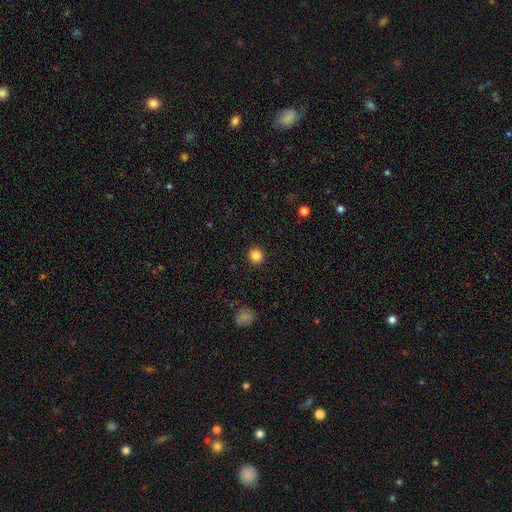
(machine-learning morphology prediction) smooth-or-featured: smooth: 85% | star or artifact: 11% | featured or disk: 4%
  how-rounded: round: 95% | in between: 4% | cigar-shaped: 1%
  merging: none: 93% | minor disturbance: 4% | major disturbance: 2% | merger: 1%